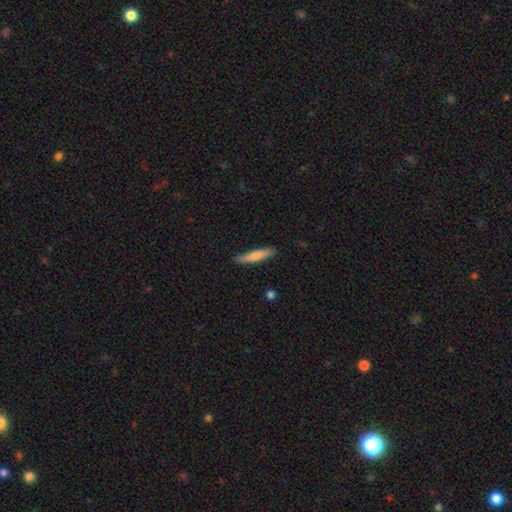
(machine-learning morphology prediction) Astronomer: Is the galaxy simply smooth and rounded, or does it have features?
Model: smooth — 71%.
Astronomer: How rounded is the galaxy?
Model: cigar-shaped — 87%.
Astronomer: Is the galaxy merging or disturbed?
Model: none — 86%.